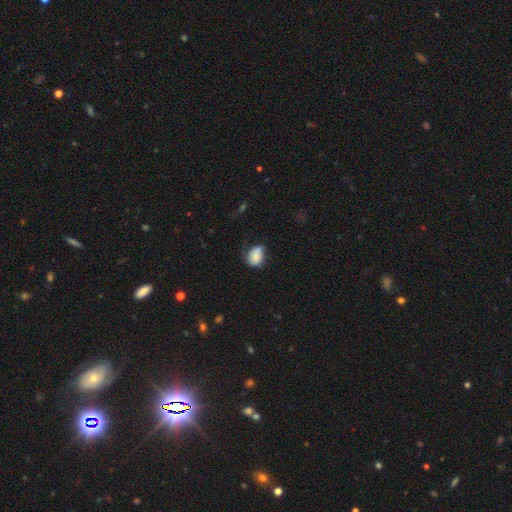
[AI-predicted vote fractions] This appears to be a smooth galaxy with no disk features (71%) that is in between round and cigar-shaped (71%). Merging: none (40%).